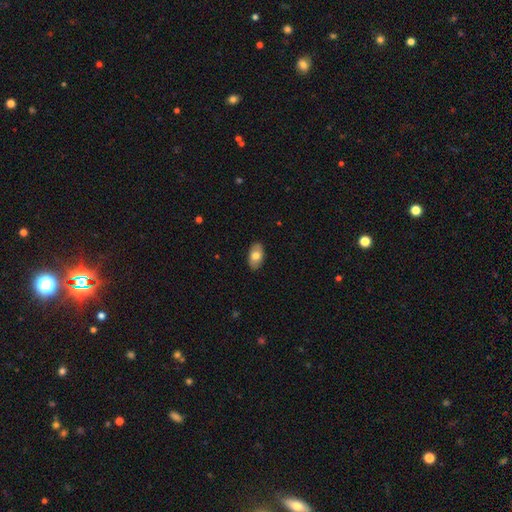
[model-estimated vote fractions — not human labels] smooth-or-featured: smooth: 76% | featured or disk: 18% | star or artifact: 6%
  how-rounded: in between: 94% | round: 5% | cigar-shaped: 2%
  merging: none: 89% | minor disturbance: 8% | major disturbance: 2% | merger: 1%